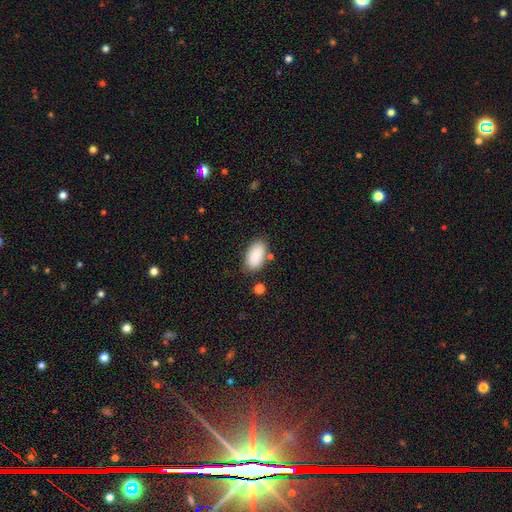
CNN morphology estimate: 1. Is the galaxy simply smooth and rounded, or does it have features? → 89% smooth, 7% star or artifact, 4% featured or disk.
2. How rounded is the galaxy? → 94% in between, 3% round, 3% cigar-shaped.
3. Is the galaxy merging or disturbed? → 78% none, 13% minor disturbance, 5% merger, 4% major disturbance.